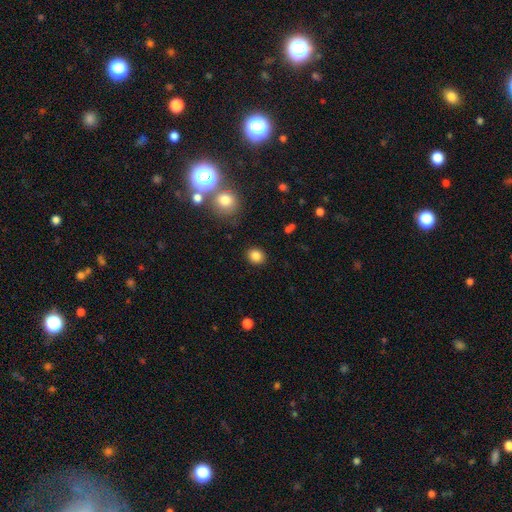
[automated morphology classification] Overall: smooth (85%). How rounded: round (67%; in between 32%). Merging: none (88%).